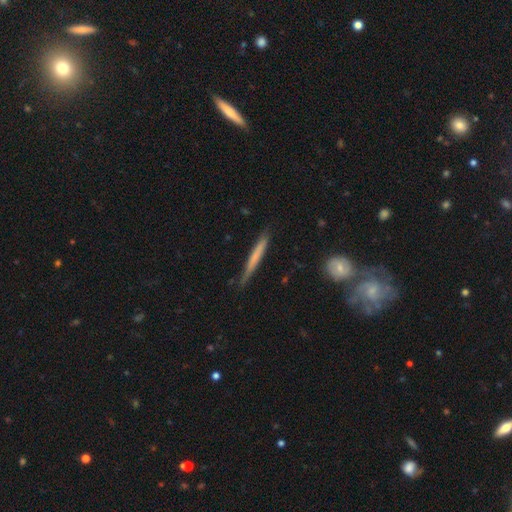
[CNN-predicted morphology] This is possibly a smooth galaxy (58%). How rounded: clearly cigar-shaped (96%). Merging: clearly none (81%).